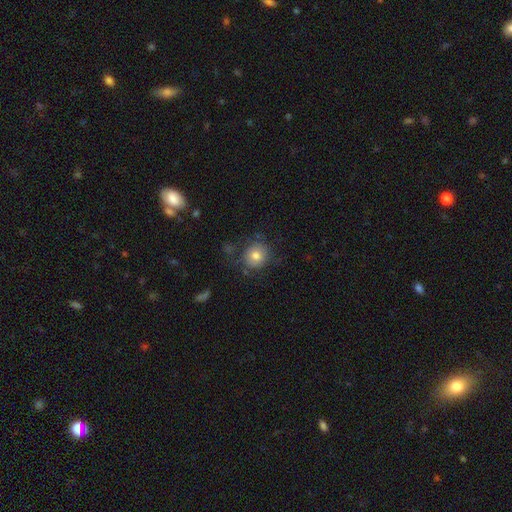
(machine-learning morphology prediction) Q: Smooth or featured?
A: smooth (77%); runner-up: featured or disk (12%)
Q: How rounded?
A: round (85%); runner-up: in between (14%)
Q: Merging?
A: none (77%); runner-up: minor disturbance (14%)